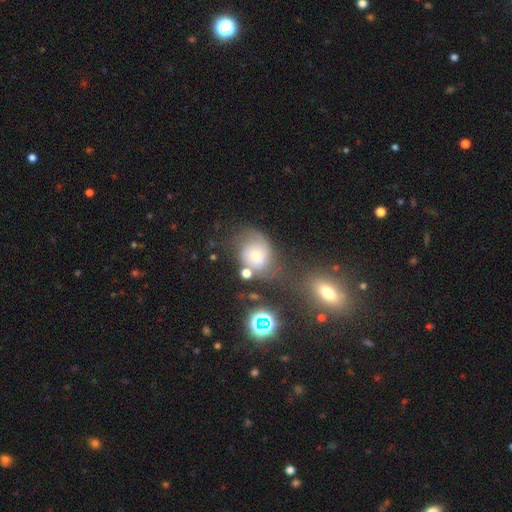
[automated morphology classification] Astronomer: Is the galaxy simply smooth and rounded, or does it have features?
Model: smooth — 49% (runner-up: featured or disk, 34%).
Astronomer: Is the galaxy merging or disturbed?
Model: none — 42% (runner-up: minor disturbance, 22%).